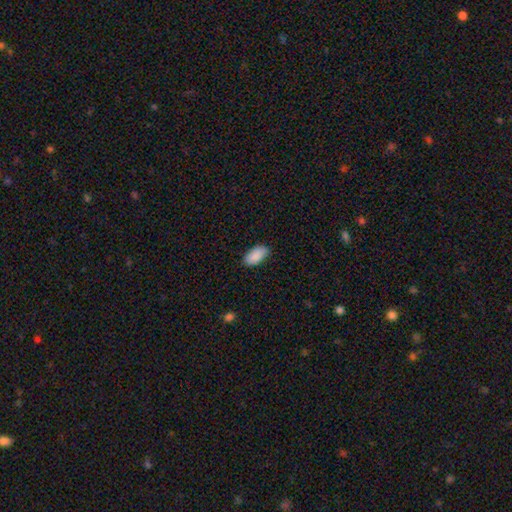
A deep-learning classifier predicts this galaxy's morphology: smooth_or_featured: smooth (p=0.90) [alt: star or artifact p=0.06]
how_rounded: in between (p=0.95) [alt: cigar-shaped p=0.03]
merging: none (p=0.84) [alt: minor disturbance p=0.13]